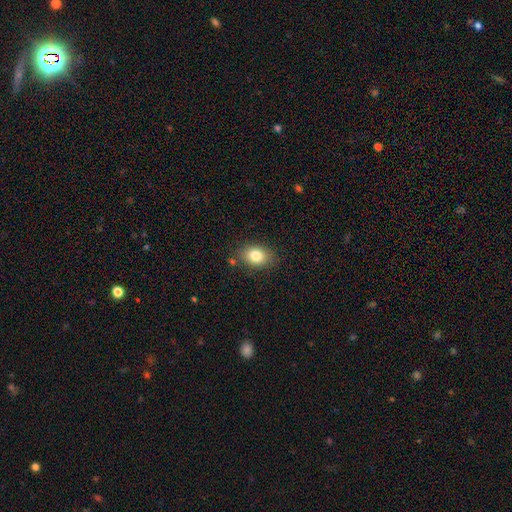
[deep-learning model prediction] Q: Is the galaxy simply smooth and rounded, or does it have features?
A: smooth — 82%.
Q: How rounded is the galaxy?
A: in between — 75%.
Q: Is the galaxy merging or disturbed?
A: none — 82%.